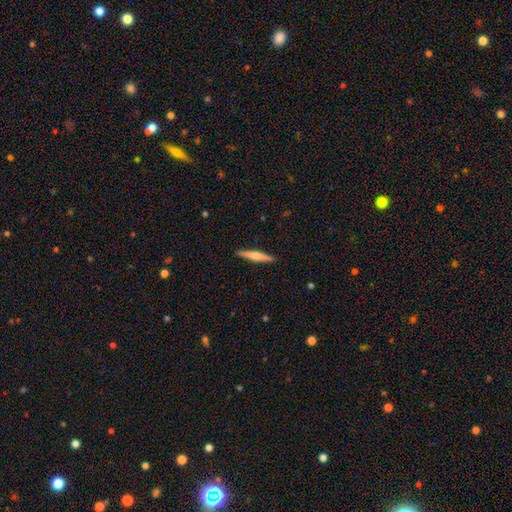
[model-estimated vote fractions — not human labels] Smooth or featured?
  - featured or disk: 57% *
  - smooth: 38%
  - star or artifact: 5%
Edge-on disk?
  - yes: 98% *
  - no: 2%
Edge-on bulge?
  - rounded: 85% *
  - boxy: 8%
  - none: 8%
Merging?
  - none: 91% *
  - minor disturbance: 6%
  - major disturbance: 1%
  - merger: 1%